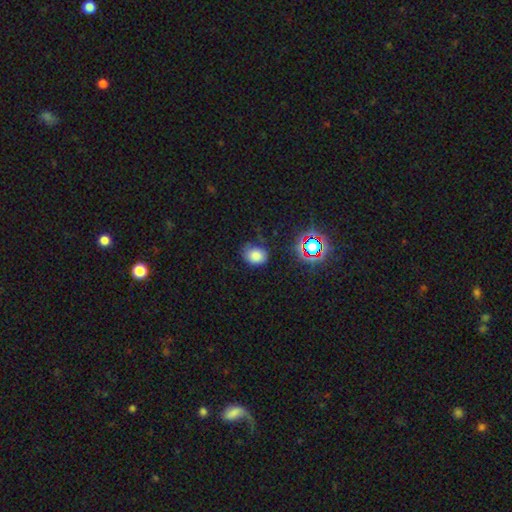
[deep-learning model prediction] This is likely a smooth galaxy (77%). How rounded: possibly in between (52%). Merging: likely none (62%).